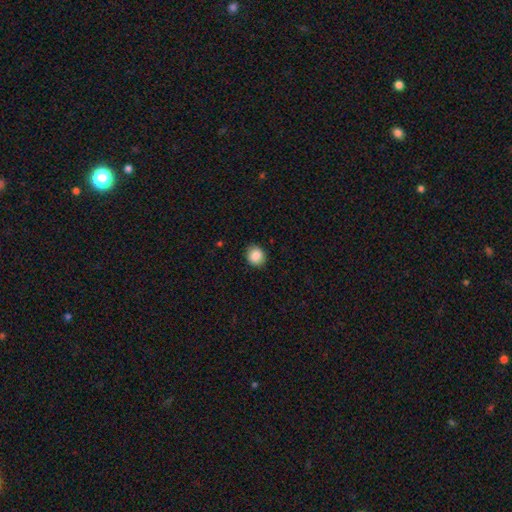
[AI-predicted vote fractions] This is clearly a smooth galaxy (88%). How rounded: clearly round (80%). Merging: clearly none (88%).